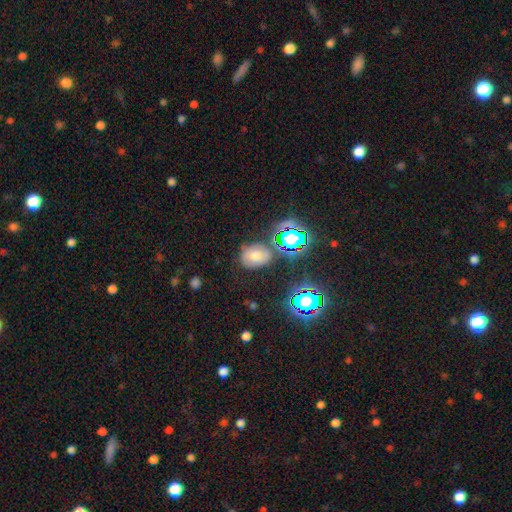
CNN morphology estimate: This appears to be a smooth galaxy with no disk features (50%). Merging: none (70%).